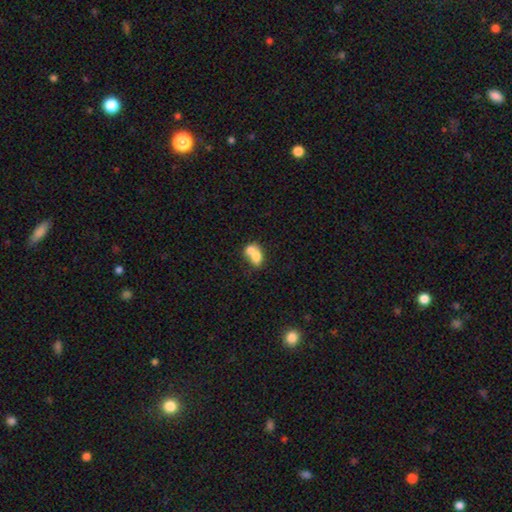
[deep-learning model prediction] Smooth or featured?
  - smooth: 71% *
  - featured or disk: 21%
  - star or artifact: 8%
How rounded?
  - in between: 71% *
  - round: 27%
  - cigar-shaped: 2%
Merging?
  - merger: 69% *
  - none: 20%
  - minor disturbance: 8%
  - major disturbance: 4%